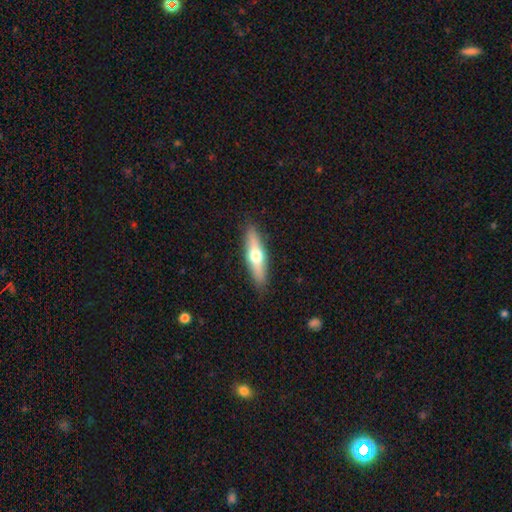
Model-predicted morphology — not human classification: type=smooth (48%); merging=none (89%).